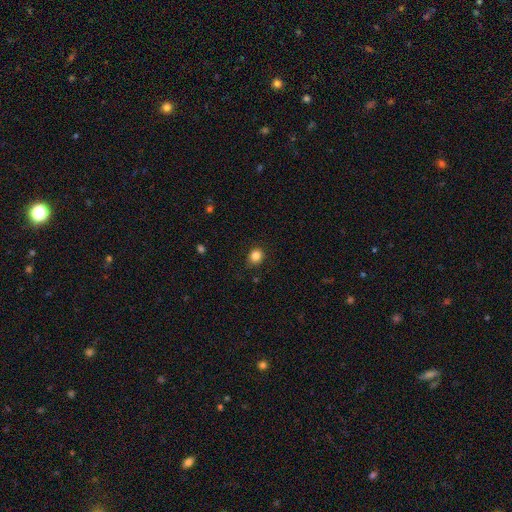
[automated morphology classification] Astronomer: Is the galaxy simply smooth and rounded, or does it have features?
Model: smooth — 85%.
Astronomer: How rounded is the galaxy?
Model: round — 76%.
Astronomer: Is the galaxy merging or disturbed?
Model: none — 86%.